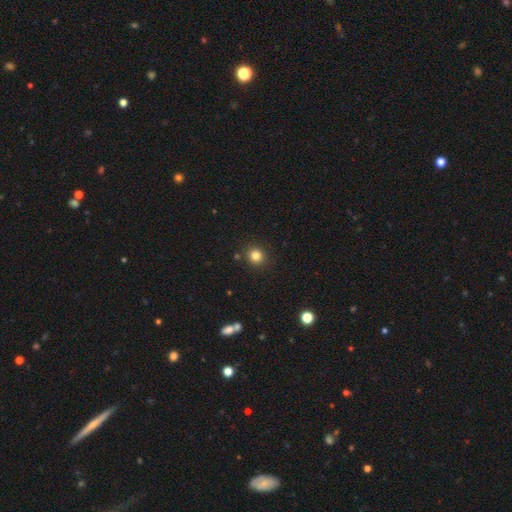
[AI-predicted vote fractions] Overall: smooth (82%). How rounded: round (87%). Merging: none (88%).